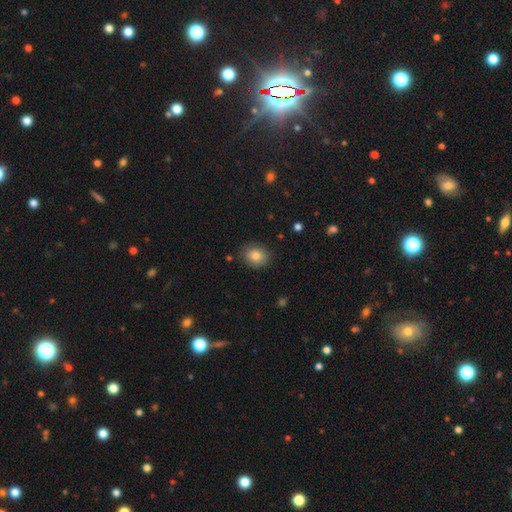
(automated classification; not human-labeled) Overall: smooth (83%). How rounded: round (59%; in between 40%). Merging: none (84%).